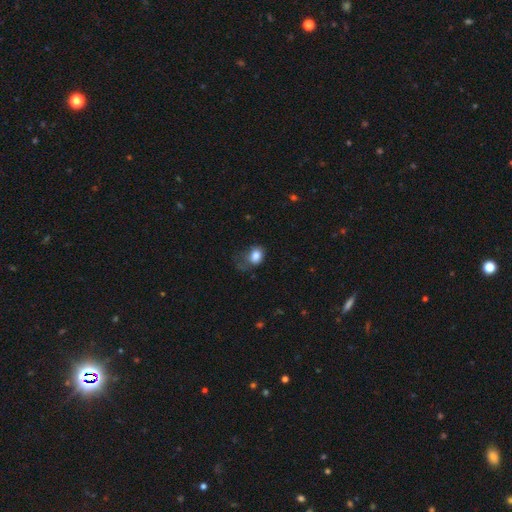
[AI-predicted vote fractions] This is clearly a smooth galaxy (81%). How rounded: likely in between (61%). Merging: marginally major disturbance (37%).